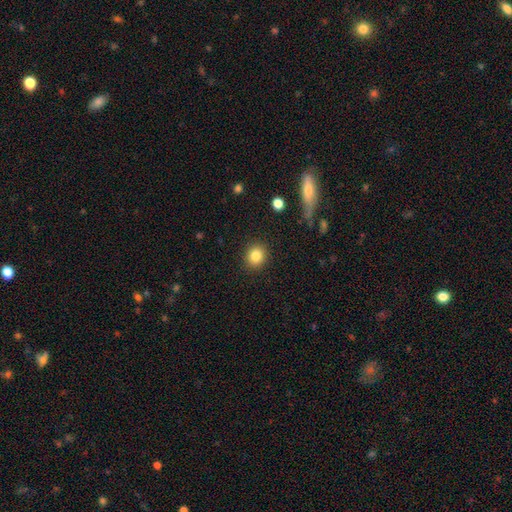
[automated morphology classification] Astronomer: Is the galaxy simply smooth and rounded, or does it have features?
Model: smooth — 84%.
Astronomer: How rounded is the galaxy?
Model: round — 82%.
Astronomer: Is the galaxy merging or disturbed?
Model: none — 90%.